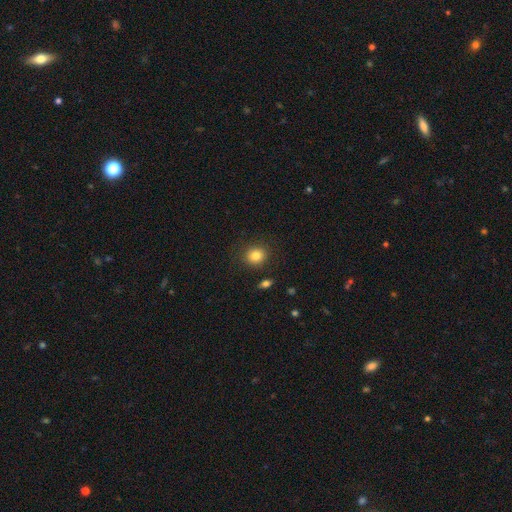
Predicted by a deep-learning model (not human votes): Smooth or featured: smooth — 84% (star or artifact — 11%)
How rounded: round — 83% (in between — 16%)
Merging: none — 88% (minor disturbance — 7%)